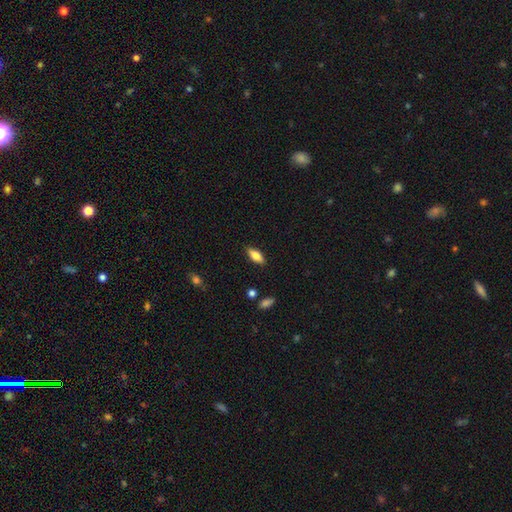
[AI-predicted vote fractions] smooth_or_featured: smooth (p=0.71) [alt: featured or disk p=0.22]
how_rounded: in between (p=0.76) [alt: cigar-shaped p=0.21]
merging: none (p=0.86) [alt: minor disturbance p=0.10]